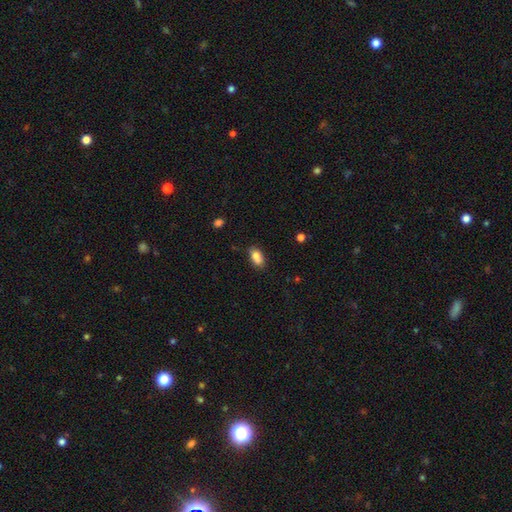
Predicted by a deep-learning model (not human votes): Smooth or featured?
  - smooth: 75% *
  - featured or disk: 16%
  - star or artifact: 10%
How rounded?
  - in between: 81% *
  - round: 16%
  - cigar-shaped: 4%
Merging?
  - none: 43% *
  - merger: 37%
  - minor disturbance: 15%
  - major disturbance: 5%